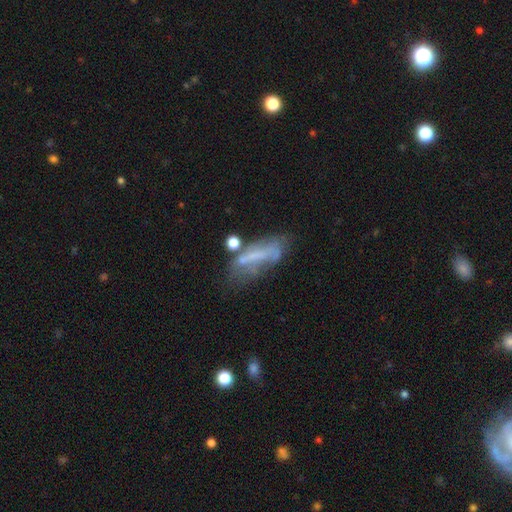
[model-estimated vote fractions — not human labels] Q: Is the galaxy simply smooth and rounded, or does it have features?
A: featured or disk — 48%.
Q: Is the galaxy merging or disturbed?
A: none — 36%.